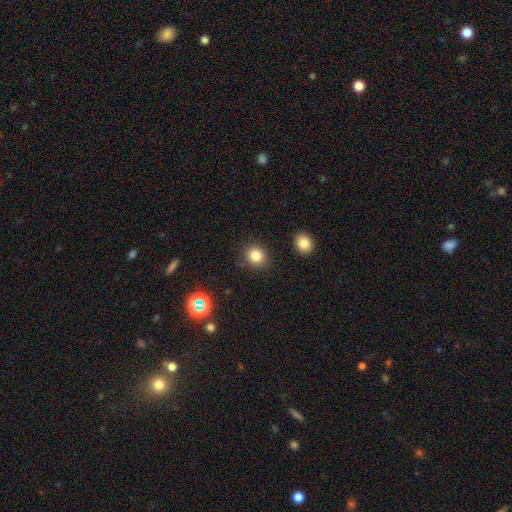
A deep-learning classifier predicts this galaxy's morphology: smooth_or_featured: smooth (p=0.83) [alt: star or artifact p=0.12]
how_rounded: round (p=0.85) [alt: in between p=0.14]
merging: none (p=0.85) [alt: minor disturbance p=0.09]